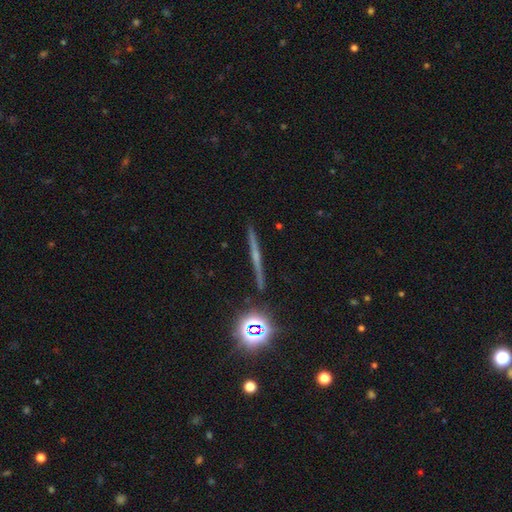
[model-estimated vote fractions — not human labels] Smooth or featured? featured or disk (60%)
Edge-on disk? yes (97%)
Edge-on bulge? none (47%)
Merging? none (91%)